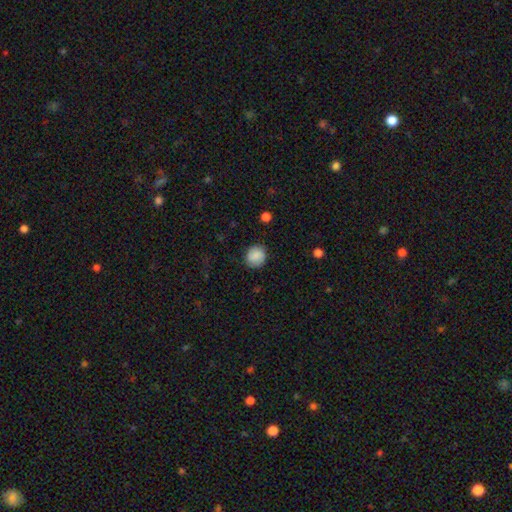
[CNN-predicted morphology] This appears to be a smooth galaxy with no disk features (82%) that is round (86%). Merging: none (82%).